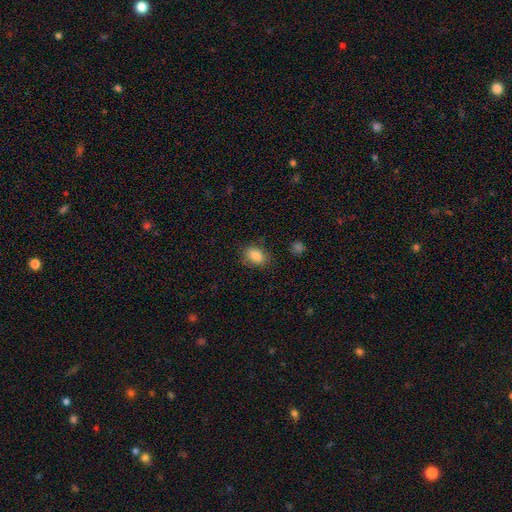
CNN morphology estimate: Smooth or featured? smooth (85%)
How rounded? in between (77%)
Merging? none (80%)